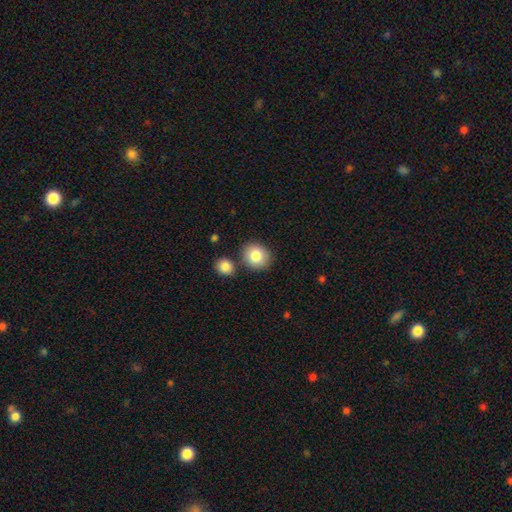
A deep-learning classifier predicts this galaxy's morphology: The model was most divided on "how rounded": round: 75%, in between: 24%, cigar-shaped: 1%. More confident: smooth or featured — smooth (84%); merging — none (78%).